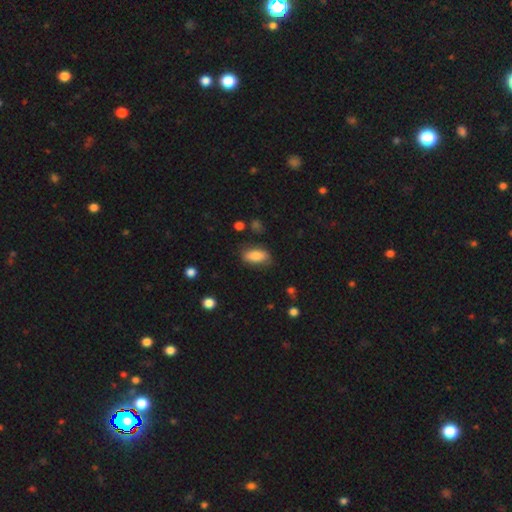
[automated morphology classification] The model was most divided on "merging": none: 77%, minor disturbance: 17%, major disturbance: 5%, merger: 2%. More confident: how rounded — in between (87%); smooth or featured — smooth (80%).